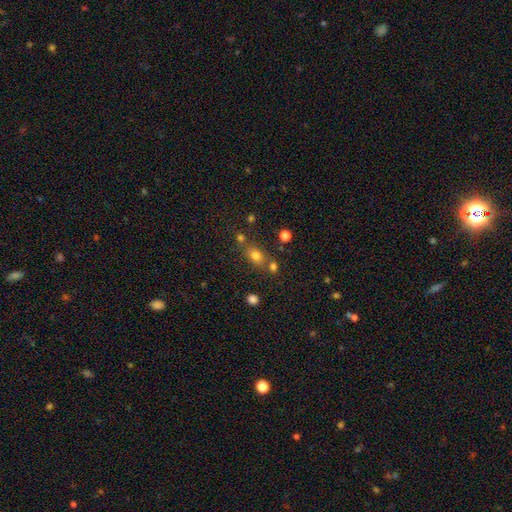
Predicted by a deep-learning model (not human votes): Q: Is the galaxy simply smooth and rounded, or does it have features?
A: smooth — 74%.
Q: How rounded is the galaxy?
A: in between — 68%.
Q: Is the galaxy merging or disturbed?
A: none — 63%.